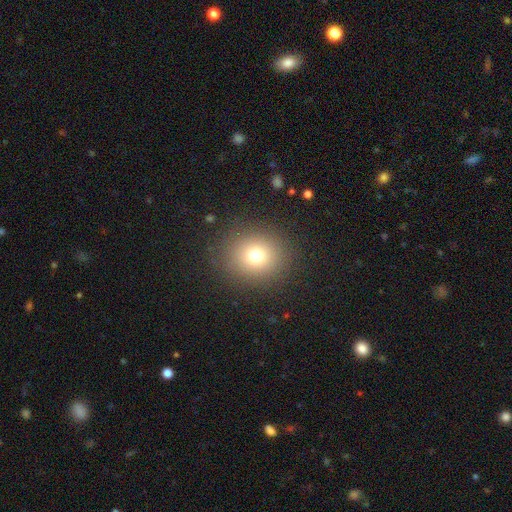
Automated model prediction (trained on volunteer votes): This appears to be a smooth galaxy with no disk features (73%) that is round (86%). Merging: none (88%).